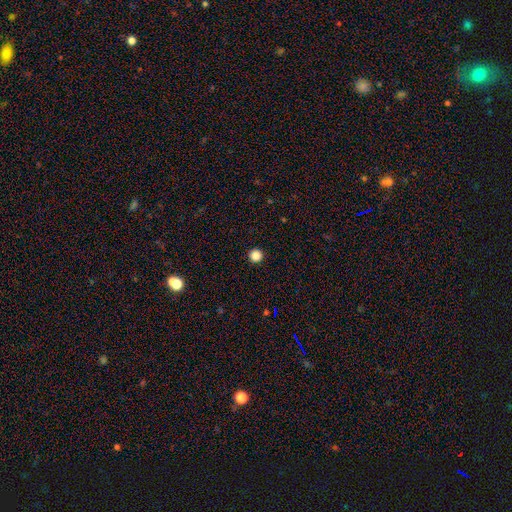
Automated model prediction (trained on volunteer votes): smooth-or-featured: smooth: 86% | star or artifact: 12% | featured or disk: 3%
  how-rounded: round: 97% | in between: 2% | cigar-shaped: 1%
  merging: none: 94% | minor disturbance: 4% | major disturbance: 1% | merger: 1%